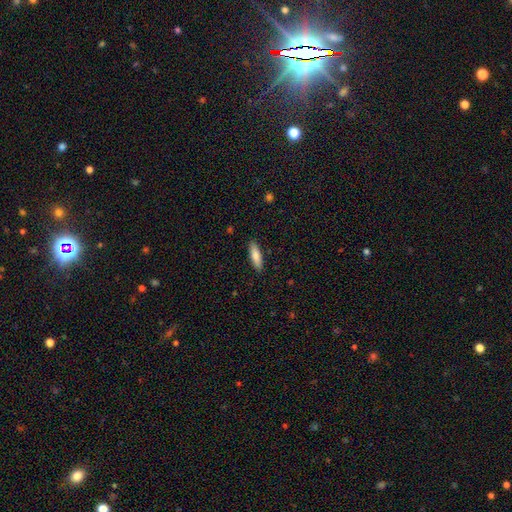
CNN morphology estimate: Smooth or featured: smooth — 78% (featured or disk — 16%)
How rounded: cigar-shaped — 58% (in between — 40%)
Merging: none — 90% (minor disturbance — 8%)